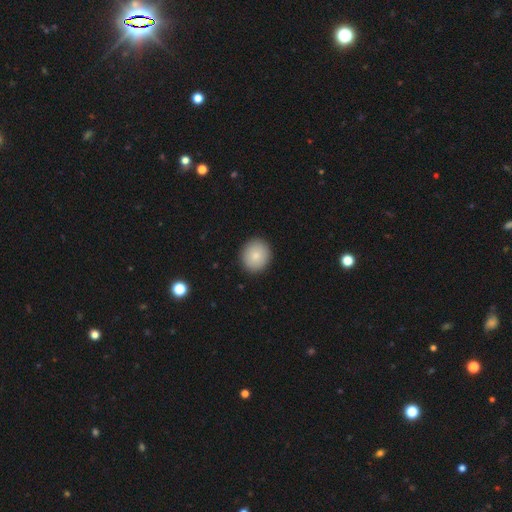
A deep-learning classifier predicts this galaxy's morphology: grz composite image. It shows a smooth galaxy with no disk features (86%) that is round (84%). Merging: none (91%).